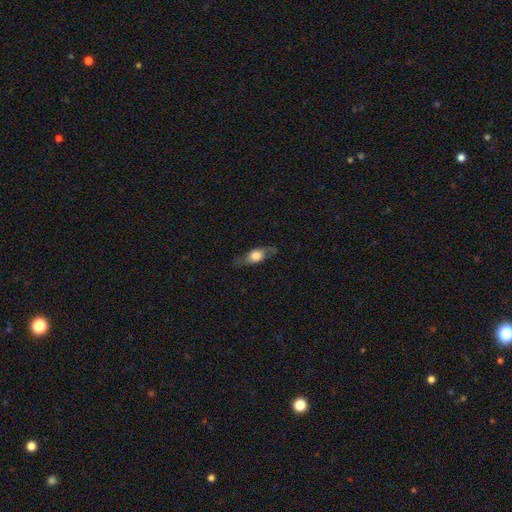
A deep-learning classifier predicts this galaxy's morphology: This is possibly a smooth galaxy (48%). Merging: likely none (73%).